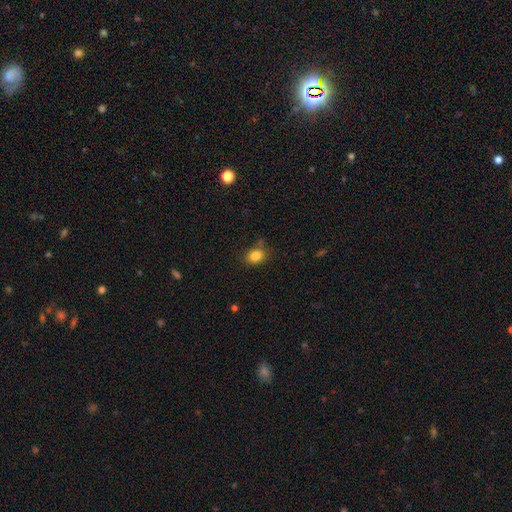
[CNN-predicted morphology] A smooth galaxy with no disk features (83%) that is in between round and cigar-shaped (58%). Merging: none (75%).